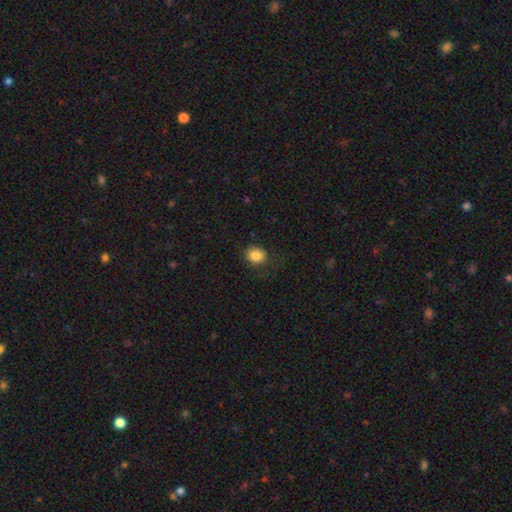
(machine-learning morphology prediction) A smooth galaxy with no disk features (84%) that is round (74%). Merging: none (79%).